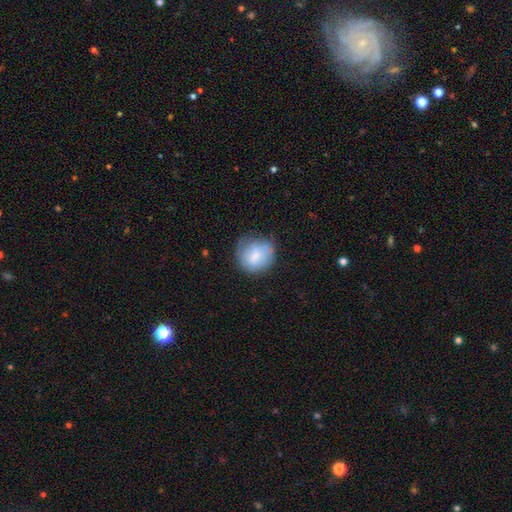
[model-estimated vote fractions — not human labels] Smooth or featured: smooth — 75% (featured or disk — 18%)
How rounded: round — 86% (in between — 13%)
Merging: none — 67% (minor disturbance — 24%)